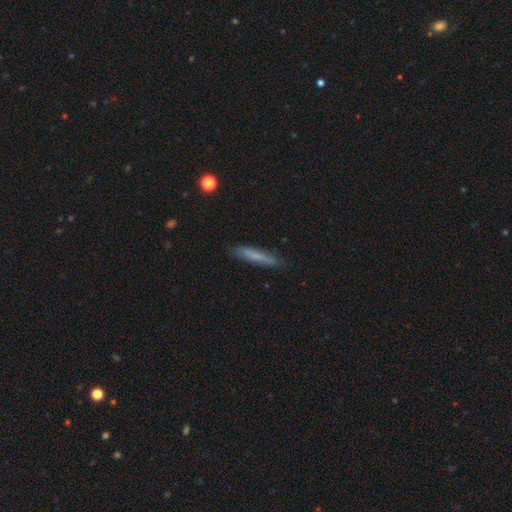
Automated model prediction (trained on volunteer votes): This is likely a smooth galaxy (70%). How rounded: clearly cigar-shaped (92%). Merging: clearly none (84%).